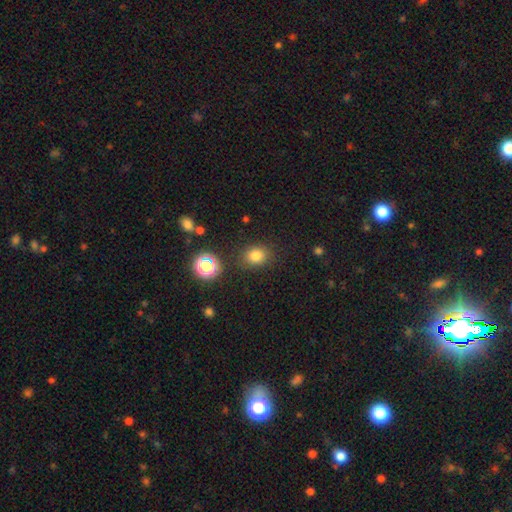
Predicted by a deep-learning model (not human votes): Smooth or featured?
  - smooth: 78% *
  - star or artifact: 16%
  - featured or disk: 6%
How rounded?
  - round: 59% *
  - in between: 40%
  - cigar-shaped: 1%
Merging?
  - none: 83% *
  - minor disturbance: 11%
  - major disturbance: 4%
  - merger: 3%